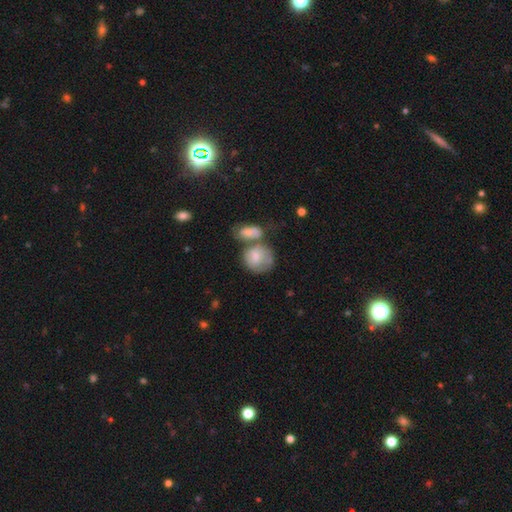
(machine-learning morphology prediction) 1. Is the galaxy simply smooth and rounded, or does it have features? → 54% smooth, 34% featured or disk, 13% star or artifact.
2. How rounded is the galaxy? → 66% round, 32% in between, 2% cigar-shaped.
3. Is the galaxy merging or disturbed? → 41% merger, 37% none, 14% minor disturbance, 8% major disturbance.